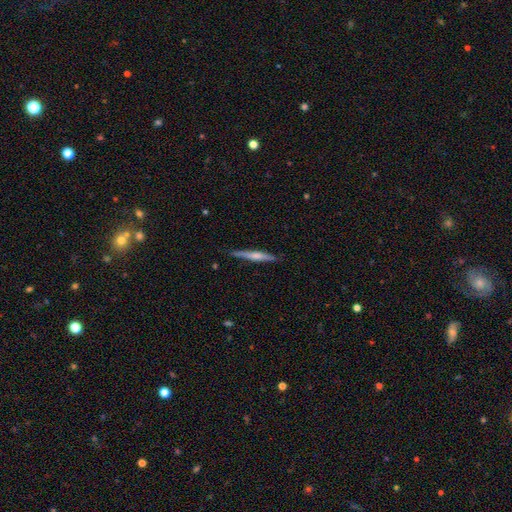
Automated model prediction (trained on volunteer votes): This is possibly a featured or disk galaxy (53%). It is clearly viewed edge-on (97%). Edge-on bulge: possibly rounded (58%). Merging: clearly none (86%).